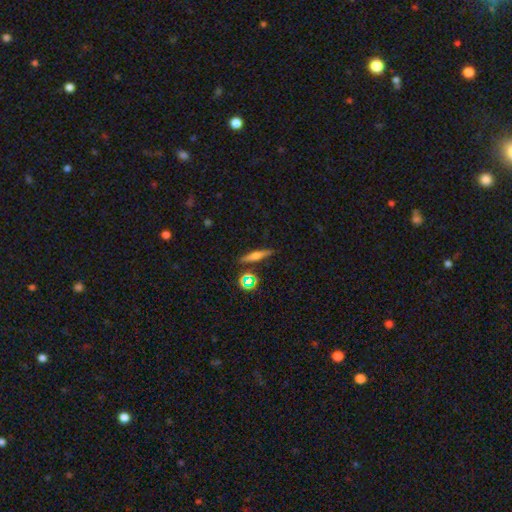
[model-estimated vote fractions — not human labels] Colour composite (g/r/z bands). It shows a featured or disk galaxy (53%) viewed edge-on (95%). Merging: none (85%).